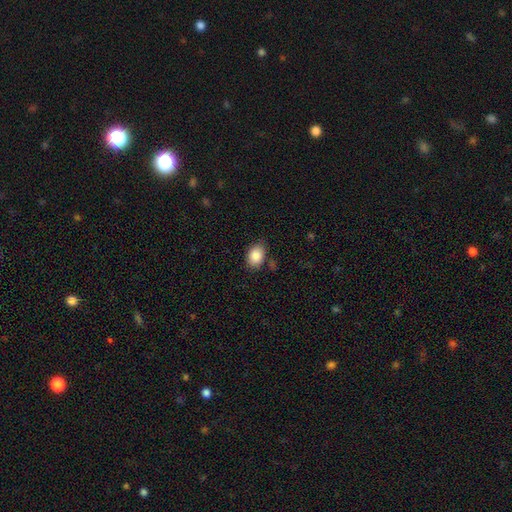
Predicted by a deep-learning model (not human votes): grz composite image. It shows a smooth galaxy with no disk features (87%) that is in between round and cigar-shaped (76%). Merging: none (77%).